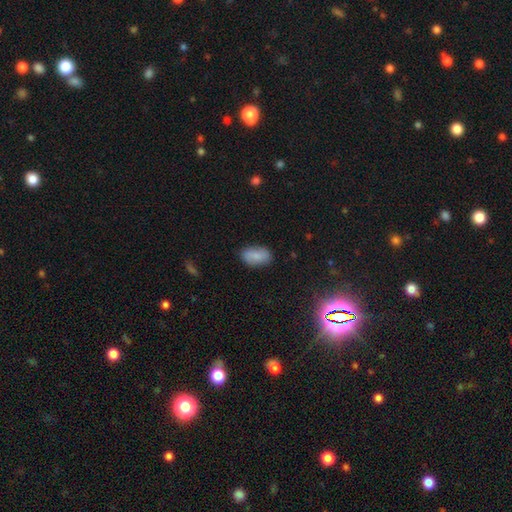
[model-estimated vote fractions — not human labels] A smooth galaxy with no disk features (81%) that is in between round and cigar-shaped (92%).

Vote fractions:
- Smooth or featured? smooth: 81% / featured or disk: 12% / star or artifact: 7%
- How rounded? in between: 92% / round: 5% / cigar-shaped: 3%
- Merging? none: 81% / minor disturbance: 15% / major disturbance: 3% / merger: 2%